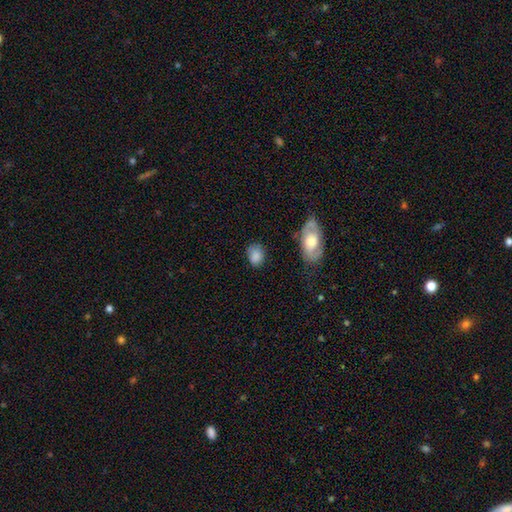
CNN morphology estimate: type=smooth (82%); roundness=in between (66%); merging=none (67%).